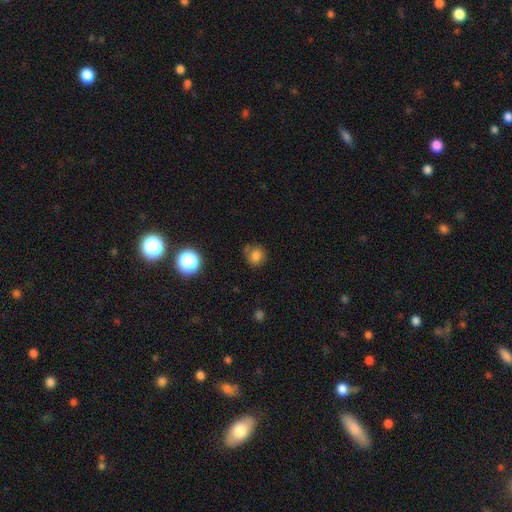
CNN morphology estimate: A smooth galaxy with no disk features (78%) that is round (84%). Merging: none (70%).